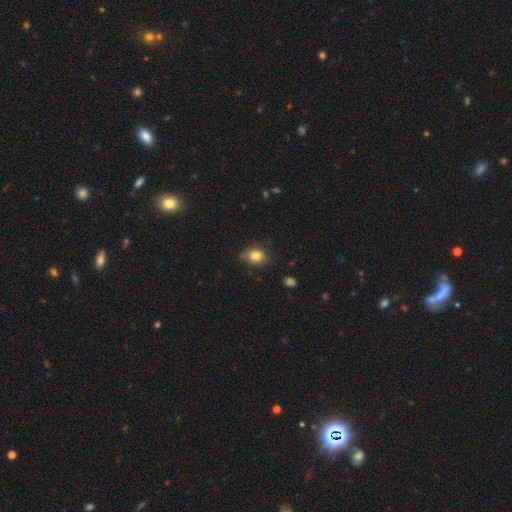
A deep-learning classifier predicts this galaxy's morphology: This appears to be a smooth galaxy with no disk features (84%) that is round (50%). Merging: none (70%).